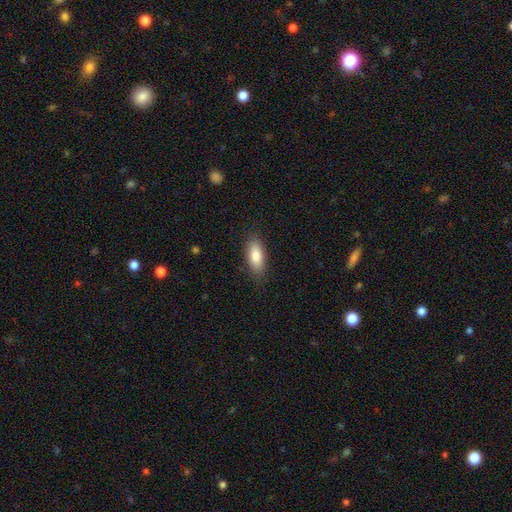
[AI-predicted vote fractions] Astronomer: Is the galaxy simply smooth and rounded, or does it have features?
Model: smooth — 83%.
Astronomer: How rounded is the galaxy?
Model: in between — 80%.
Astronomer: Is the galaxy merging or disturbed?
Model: none — 85%.